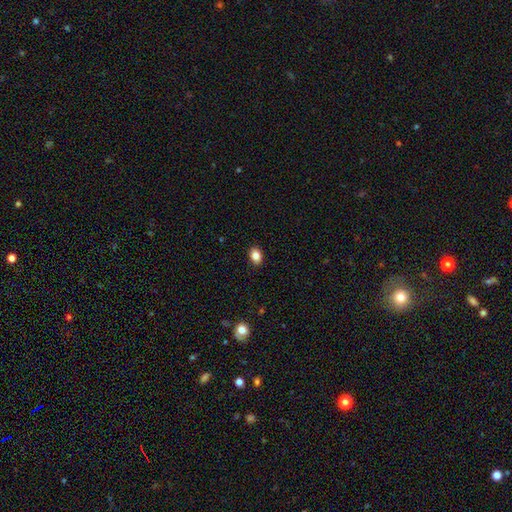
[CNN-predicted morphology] Q: Smooth or featured?
A: smooth (85%); runner-up: star or artifact (9%)
Q: How rounded?
A: in between (74%); runner-up: round (25%)
Q: Merging?
A: none (90%); runner-up: minor disturbance (7%)